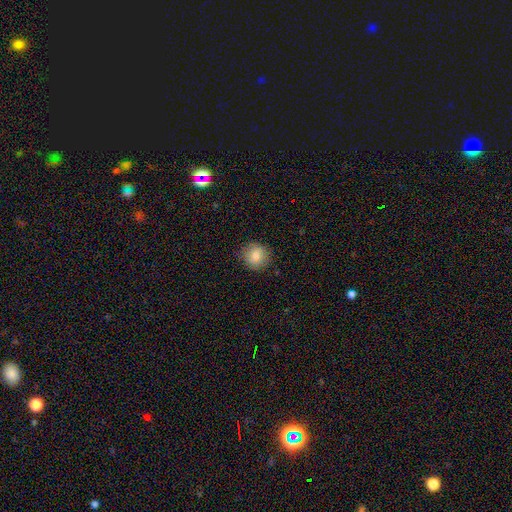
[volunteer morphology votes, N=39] smooth-or-featured: smooth: 90% | star or artifact: 8% | featured or disk: 3%
  how-rounded: round: 100% | in between: 0% | cigar-shaped: 0%
  merging: none: 97% | minor disturbance: 3% | major disturbance: 0% | merger: 0%